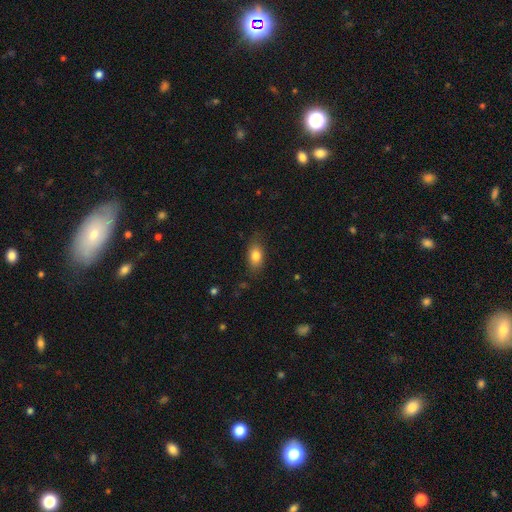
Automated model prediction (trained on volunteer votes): Smooth or featured? smooth (81%)
How rounded? in between (84%)
Merging? none (80%)